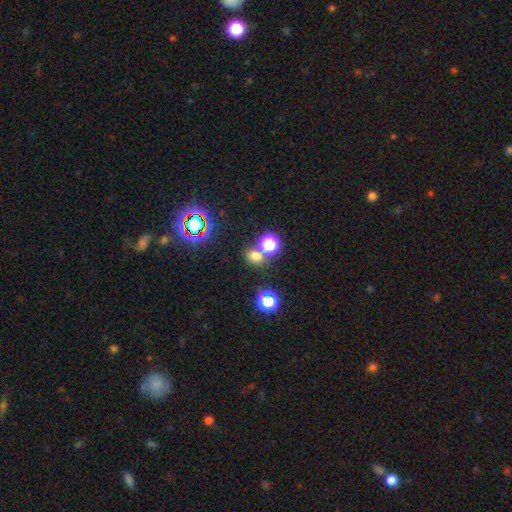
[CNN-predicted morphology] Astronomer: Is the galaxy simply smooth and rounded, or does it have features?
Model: smooth — 64%.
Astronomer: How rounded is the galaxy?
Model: round — 61% (runner-up: in between, 37%).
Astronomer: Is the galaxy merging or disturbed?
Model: none — 67%.